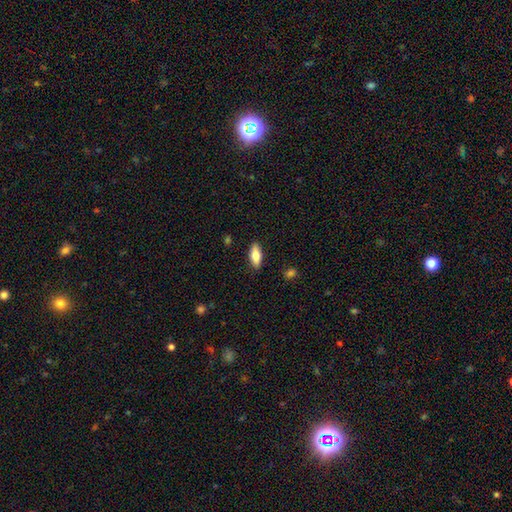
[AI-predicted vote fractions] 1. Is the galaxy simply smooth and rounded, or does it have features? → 76% smooth, 18% featured or disk, 6% star or artifact.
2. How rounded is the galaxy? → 74% in between, 23% cigar-shaped, 2% round.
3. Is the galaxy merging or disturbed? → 88% none, 9% minor disturbance, 2% major disturbance, 1% merger.